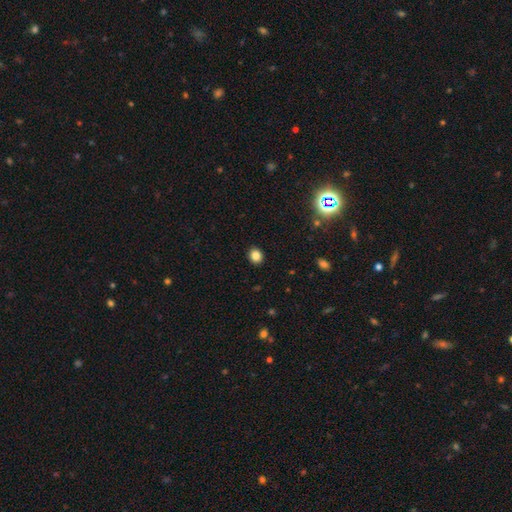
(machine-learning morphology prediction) Smooth or featured? smooth (84%)
How rounded? round (73%)
Merging? none (92%)